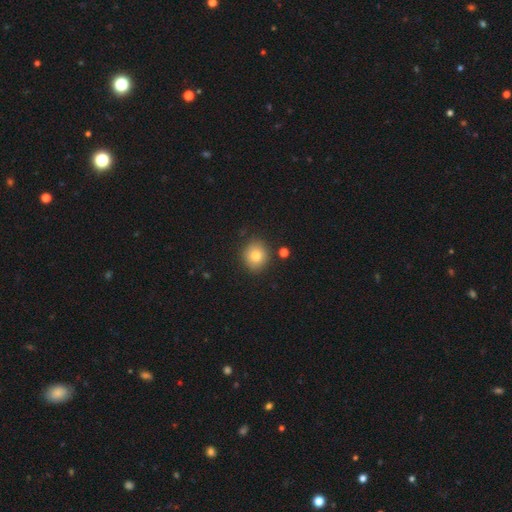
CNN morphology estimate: The model was most divided on "how rounded": round: 82%, in between: 18%, cigar-shaped: 1%. More confident: merging — none (85%); smooth or featured — smooth (79%).